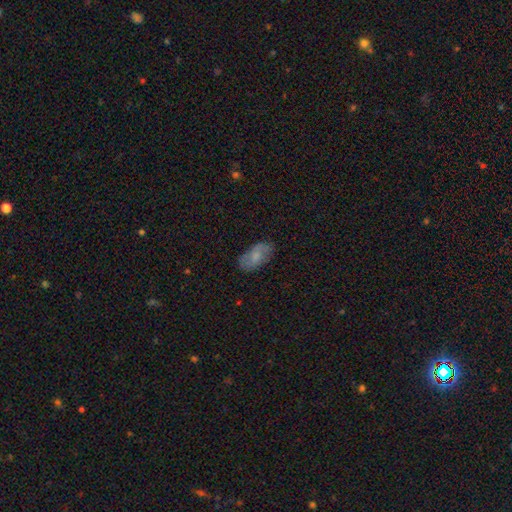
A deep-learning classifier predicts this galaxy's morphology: A smooth galaxy with no disk features (65%) that is in between round and cigar-shaped (93%). Merging: none (78%).